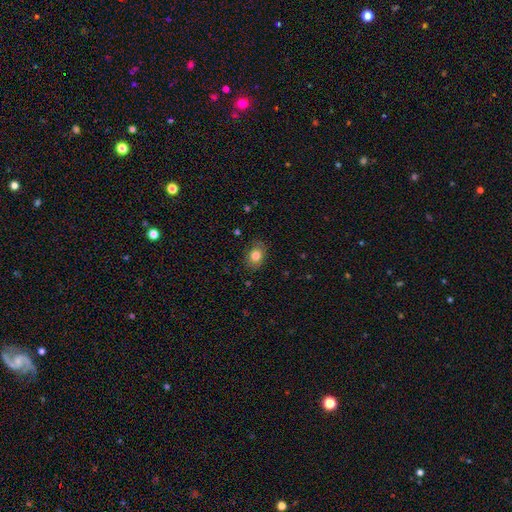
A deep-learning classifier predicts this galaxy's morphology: A smooth galaxy with no disk features (81%) that is in between round and cigar-shaped (69%). Merging: none (80%).